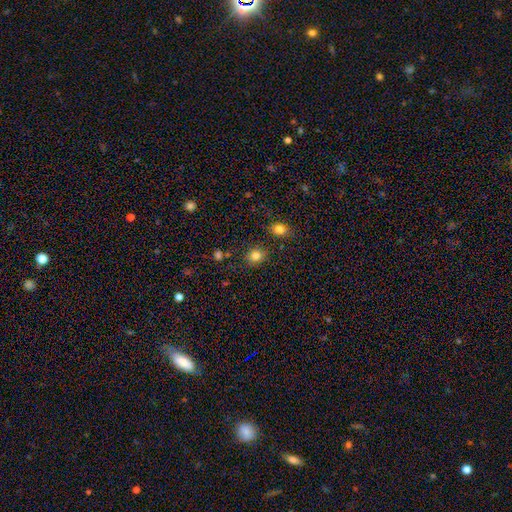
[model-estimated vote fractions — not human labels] This appears to be a smooth galaxy with no disk features (82%) that is round (70%). Merging: none (83%).